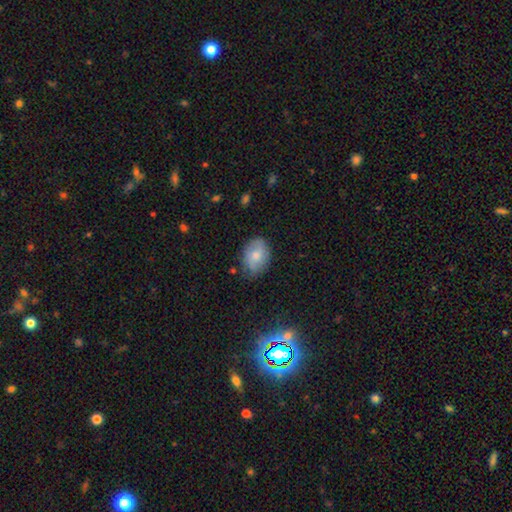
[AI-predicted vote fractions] Q: Smooth or featured?
A: smooth (61%); runner-up: featured or disk (32%)
Q: How rounded?
A: in between (74%); runner-up: round (25%)
Q: Merging?
A: none (73%); runner-up: minor disturbance (21%)